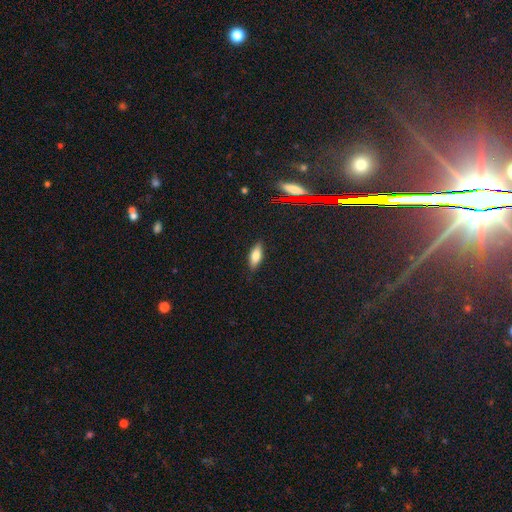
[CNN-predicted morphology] Smooth or featured: smooth — 72% (featured or disk — 19%)
How rounded: in between — 75% (cigar-shaped — 22%)
Merging: none — 87% (minor disturbance — 10%)